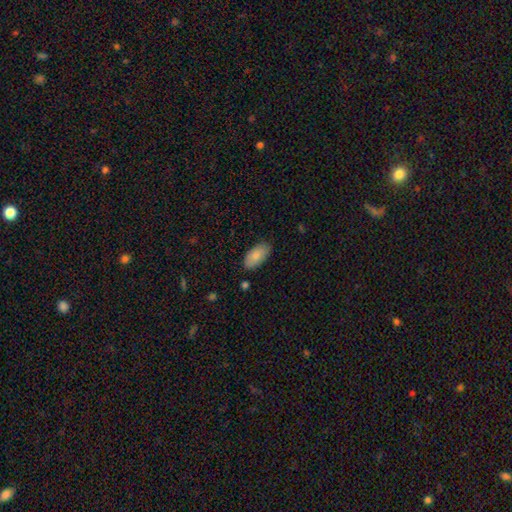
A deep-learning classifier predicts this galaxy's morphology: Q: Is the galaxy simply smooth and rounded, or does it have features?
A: smooth — 85%.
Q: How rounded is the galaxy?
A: in between — 94%.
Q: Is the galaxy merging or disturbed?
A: none — 85%.